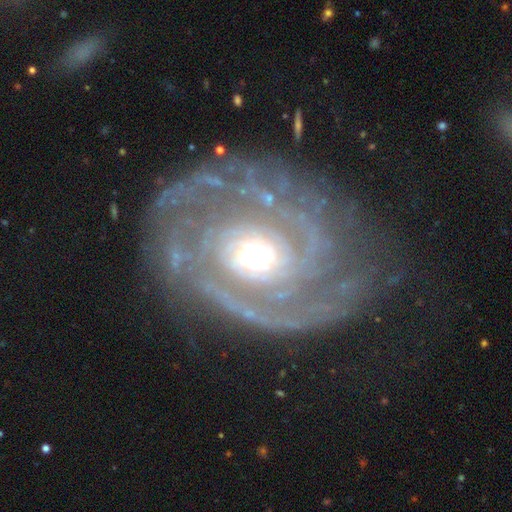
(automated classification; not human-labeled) Smooth or featured?
  - featured or disk: 91% *
  - star or artifact: 5%
  - smooth: 5%
Edge-on disk?
  - no: 97% *
  - yes: 3%
Bar?
  - no: 65% *
  - weak: 25%
  - strong: 10%
Spiral arms?
  - yes: 96% *
  - no: 4%
Spiral winding?
  - tight: 69% *
  - medium: 25%
  - loose: 6%
Spiral arm count?
  - 2: 37% *
  - can't tell: 21%
  - 3: 18%
  - 4: 9%
  - more than 4: 8%
  - 1: 7%
Bulge size?
  - moderate: 69% *
  - small: 15%
  - large: 14%
  - dominant: 1%
  - none: 1%
Merging?
  - none: 72% *
  - minor disturbance: 17%
  - major disturbance: 9%
  - merger: 2%